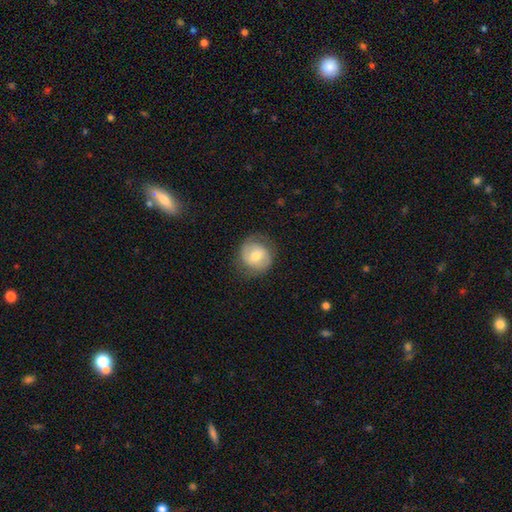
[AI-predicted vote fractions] This is possibly a smooth galaxy (53%). How rounded: clearly round (84%). Merging: likely none (74%).